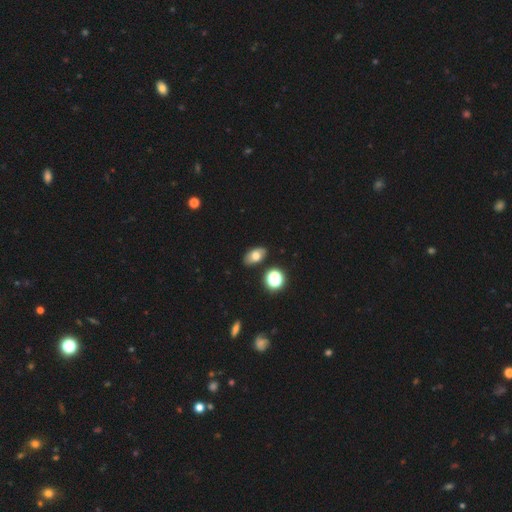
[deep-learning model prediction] Morphology: type=smooth (67%); roundness=in between (86%); merging=none (81%).